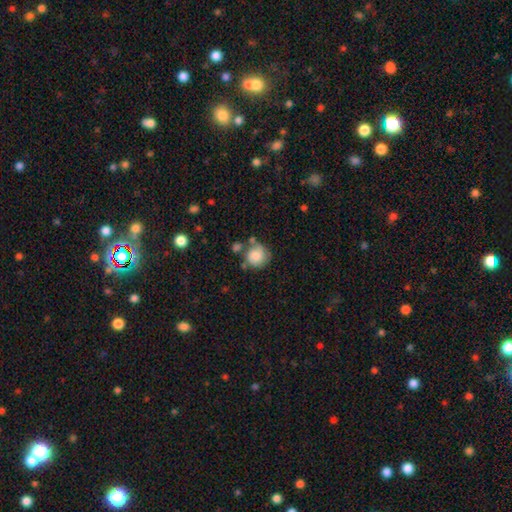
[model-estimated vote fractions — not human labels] A smooth galaxy with no disk features (80%) that is round (86%). Merging: none (55%).